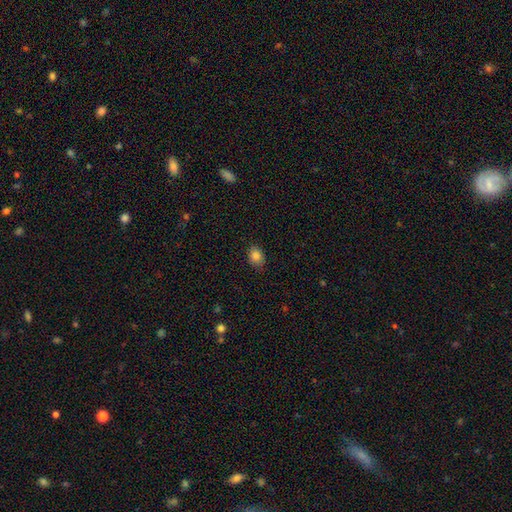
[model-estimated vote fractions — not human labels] Smooth or featured?
  - smooth: 85% *
  - star or artifact: 10%
  - featured or disk: 5%
How rounded?
  - in between: 62% *
  - round: 37%
  - cigar-shaped: 1%
Merging?
  - none: 81% *
  - minor disturbance: 15%
  - major disturbance: 3%
  - merger: 1%